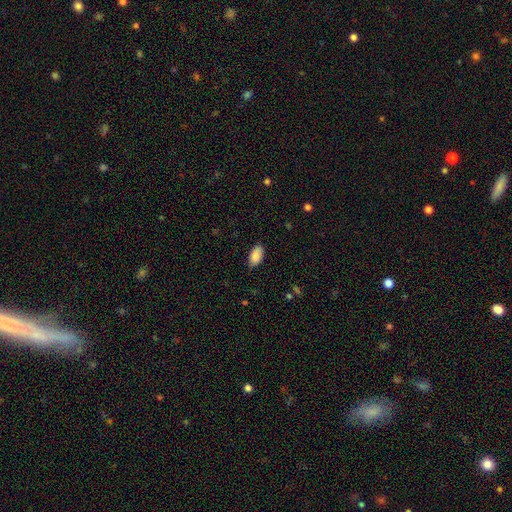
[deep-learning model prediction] Morphology: type=smooth (88%); roundness=in between (94%); merging=none (80%).